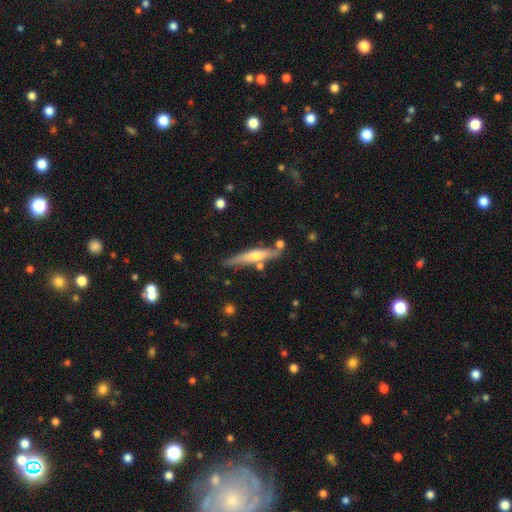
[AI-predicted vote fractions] A featured or disk galaxy (53%) viewed edge-on (93%). Merging: none (74%).